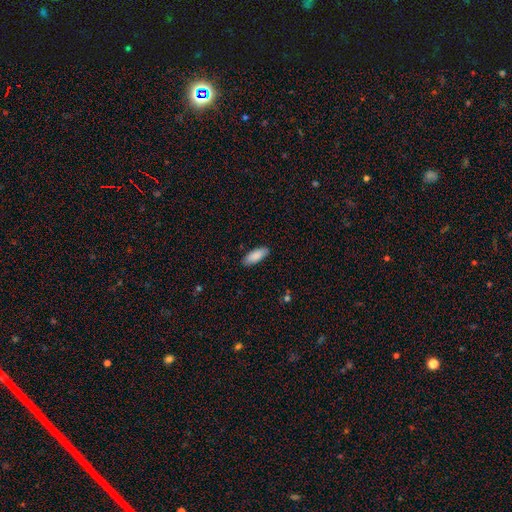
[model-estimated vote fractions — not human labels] Smooth or featured? smooth (88%)
How rounded? in between (78%)
Merging? none (87%)